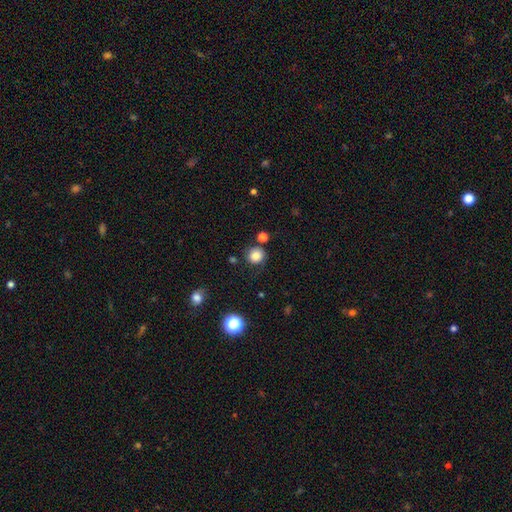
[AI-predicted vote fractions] Smooth or featured? Predicted: smooth (p=0.83). How rounded? Predicted: round (p=0.91). Merging? Predicted: none (p=0.75).